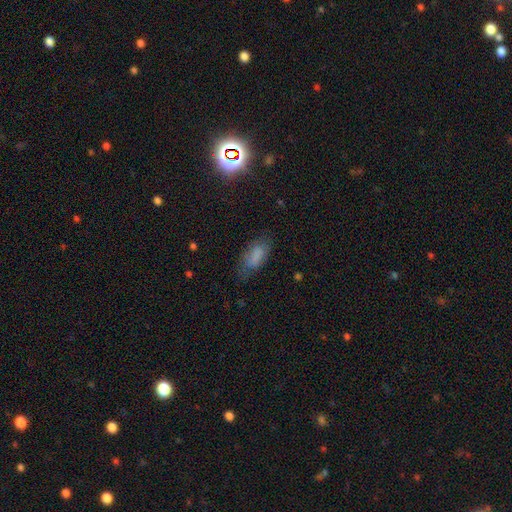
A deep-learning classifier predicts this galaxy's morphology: Overall: smooth (74%). How rounded: in between (86%). Merging: none (62%; minor disturbance 25%).